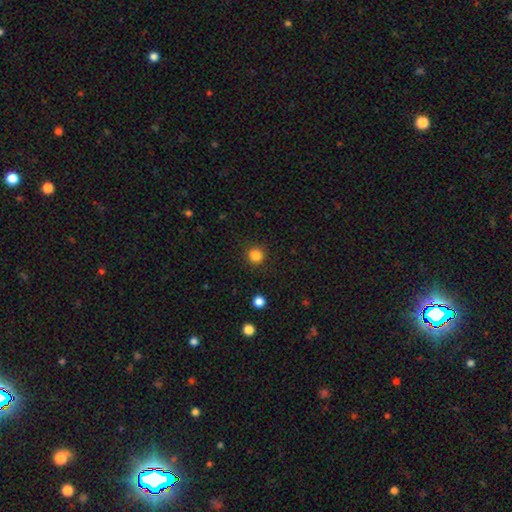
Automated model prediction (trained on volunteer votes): smooth_or_featured: smooth (p=0.84) [alt: star or artifact p=0.12]
how_rounded: round (p=0.92) [alt: in between p=0.07]
merging: none (p=0.90) [alt: minor disturbance p=0.07]